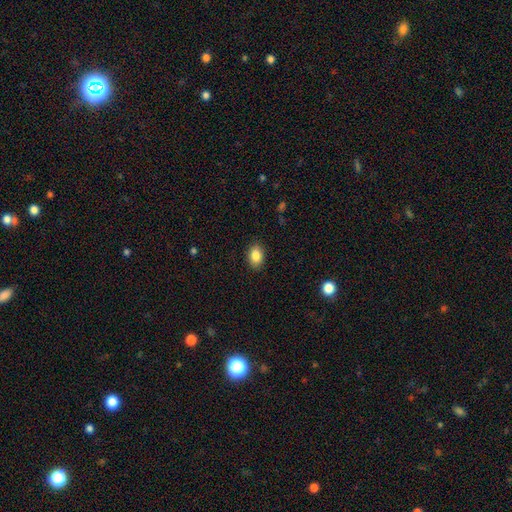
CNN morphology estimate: Q: Smooth or featured?
A: smooth (86%); runner-up: star or artifact (8%)
Q: How rounded?
A: in between (81%); runner-up: round (18%)
Q: Merging?
A: none (88%); runner-up: minor disturbance (8%)